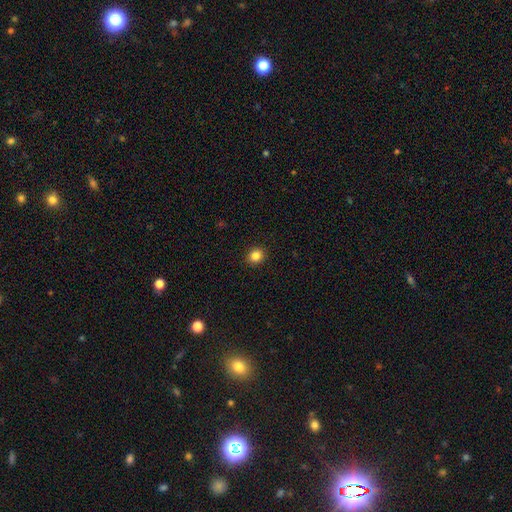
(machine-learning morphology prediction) smooth-or-featured: smooth: 84% | star or artifact: 11% | featured or disk: 5%
  how-rounded: round: 78% | in between: 21% | cigar-shaped: 1%
  merging: none: 92% | minor disturbance: 5% | major disturbance: 2% | merger: 1%